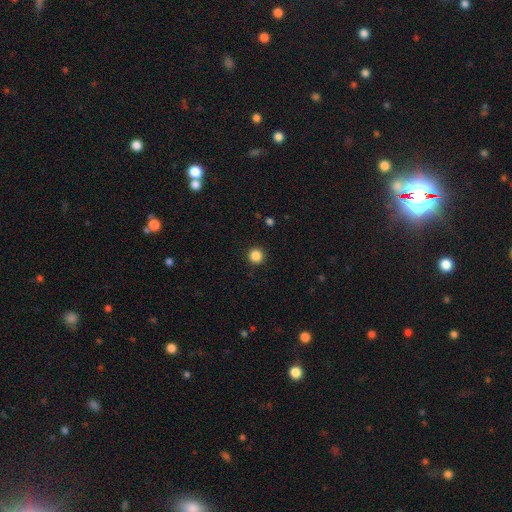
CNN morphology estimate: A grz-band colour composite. It shows a smooth galaxy with no disk features (86%) that is round (96%). Merging: none (93%).